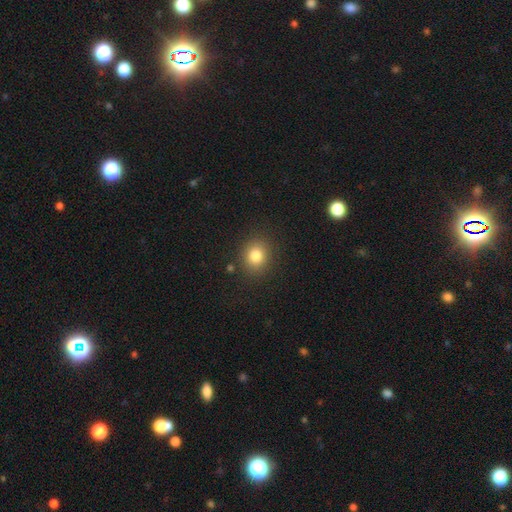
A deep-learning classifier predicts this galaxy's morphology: smooth 82%, star or artifact 12%, featured or disk 7%. Down the decision tree: how rounded — round (75%); merging — none (87%).